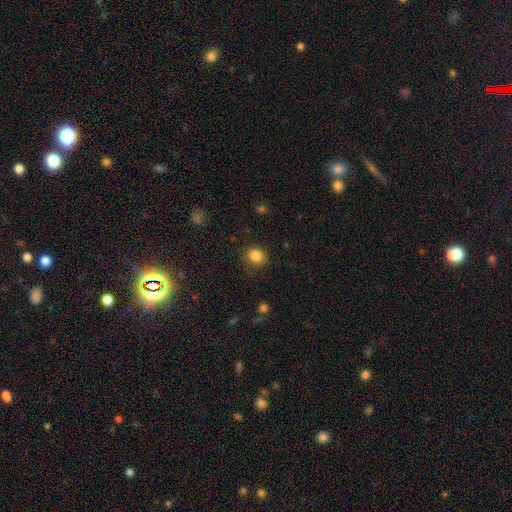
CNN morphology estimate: This appears to be a smooth galaxy with no disk features (84%) that is round (72%). Merging: none (82%).